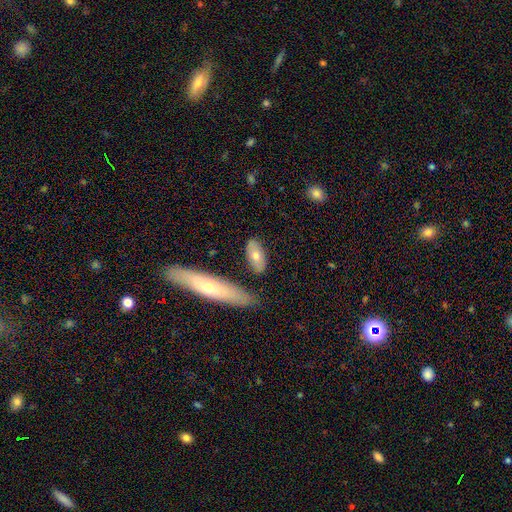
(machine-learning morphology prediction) A smooth galaxy with no disk features (64%) that is in between round and cigar-shaped (77%). Merging: none (77%).